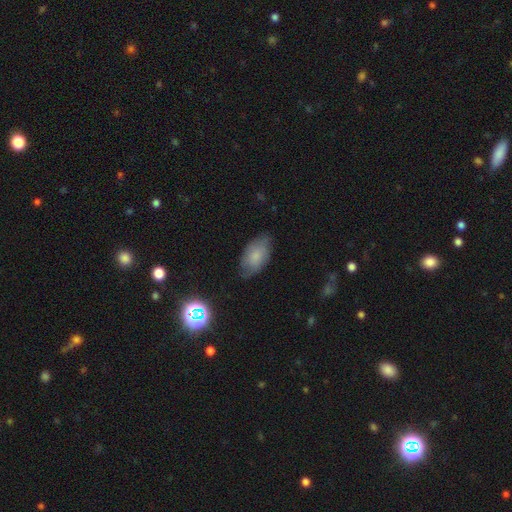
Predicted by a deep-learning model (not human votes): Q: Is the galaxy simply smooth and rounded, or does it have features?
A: smooth — 73%.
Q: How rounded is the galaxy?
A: in between — 93%.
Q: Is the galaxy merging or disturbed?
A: none — 67%.